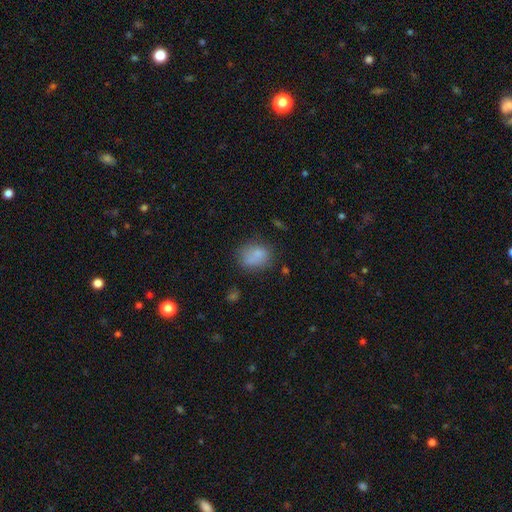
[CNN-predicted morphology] This appears to be a smooth galaxy with no disk features (78%) that is in between round and cigar-shaped (53%). Merging: none (55%).